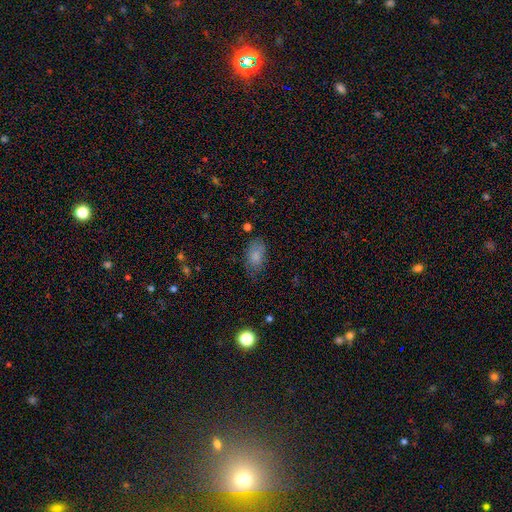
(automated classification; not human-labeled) Smooth or featured?
  - smooth: 83% *
  - featured or disk: 9%
  - star or artifact: 9%
How rounded?
  - in between: 92% *
  - round: 6%
  - cigar-shaped: 2%
Merging?
  - none: 65% *
  - minor disturbance: 25%
  - major disturbance: 7%
  - merger: 2%